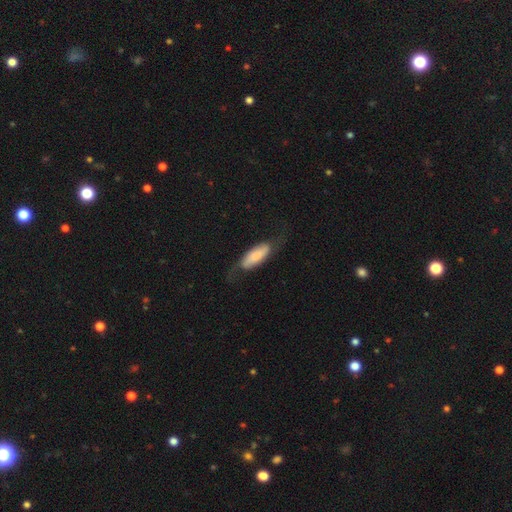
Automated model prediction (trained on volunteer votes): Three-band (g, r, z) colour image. It shows a smooth galaxy with no disk features (62%) that is in between round and cigar-shaped (71%). Merging: none (59%).